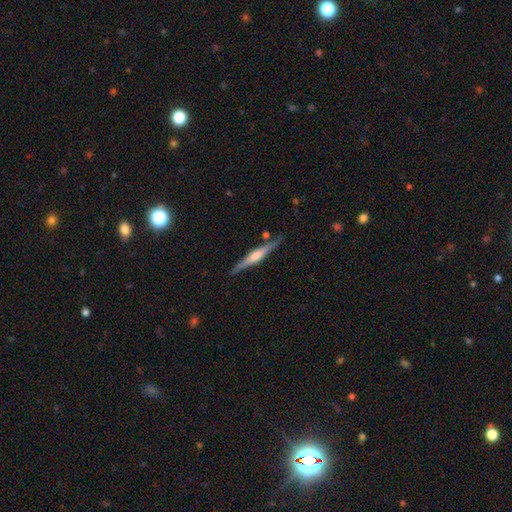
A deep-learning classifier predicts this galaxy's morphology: Smooth or featured? Predicted: featured or disk (p=0.72). Edge-on disk? Predicted: yes (p=0.98). Edge-on bulge? Predicted: rounded (p=0.69). Merging? Predicted: none (p=0.86).